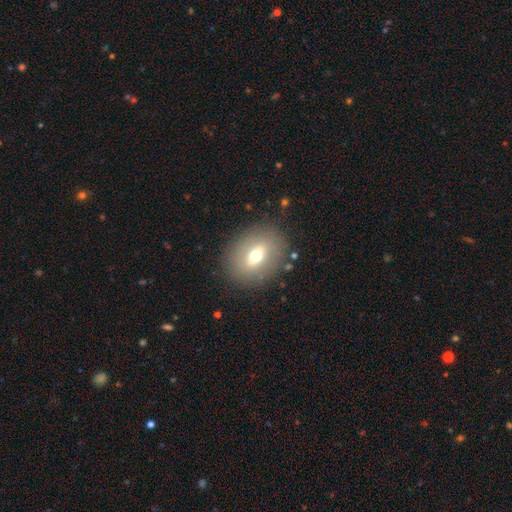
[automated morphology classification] smooth_or_featured: smooth (p=0.52) [alt: featured or disk p=0.38]
how_rounded: in between (p=0.57) [alt: round p=0.41]
merging: none (p=0.83) [alt: minor disturbance p=0.10]